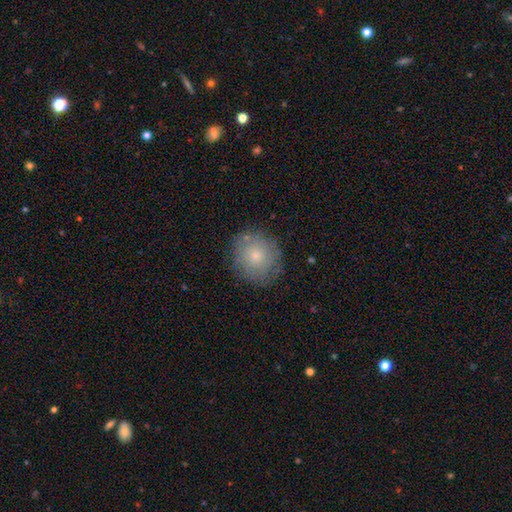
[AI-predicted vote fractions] smooth 73%, featured or disk 19%, star or artifact 8%. Down the decision tree: how rounded — round (85%); merging — none (81%).